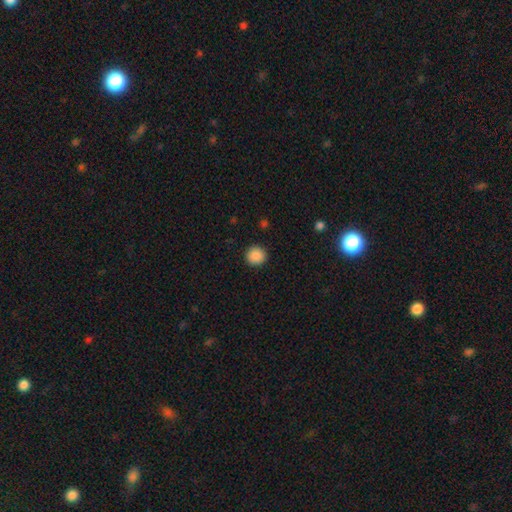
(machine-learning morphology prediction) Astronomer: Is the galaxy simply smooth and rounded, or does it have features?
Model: smooth — 89%.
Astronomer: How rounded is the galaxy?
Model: round — 93%.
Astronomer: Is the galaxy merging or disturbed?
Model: none — 92%.